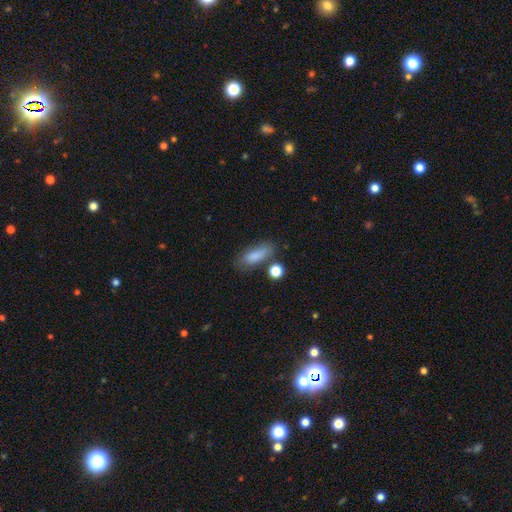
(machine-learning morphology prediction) type=smooth (83%); roundness=in between (65%); merging=none (64%).